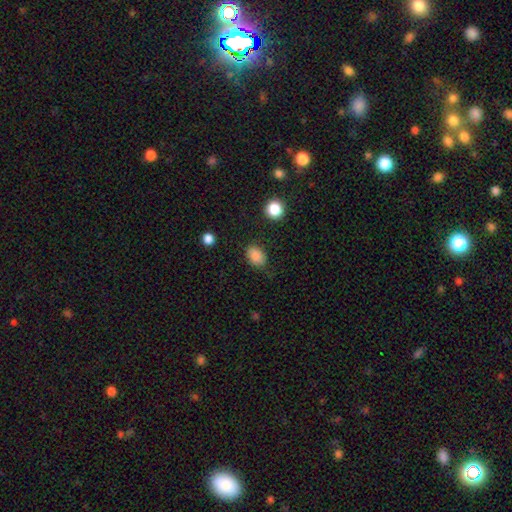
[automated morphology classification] Q: Smooth or featured?
A: smooth (86%); runner-up: star or artifact (10%)
Q: How rounded?
A: in between (75%); runner-up: round (23%)
Q: Merging?
A: none (78%); runner-up: minor disturbance (16%)